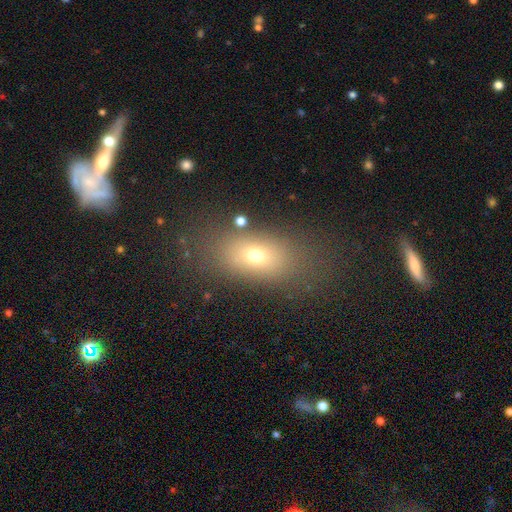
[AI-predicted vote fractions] The model was most divided on "smooth or featured": smooth: 66%, featured or disk: 18%, star or artifact: 16%. More confident: how rounded — in between (77%); merging — none (77%).